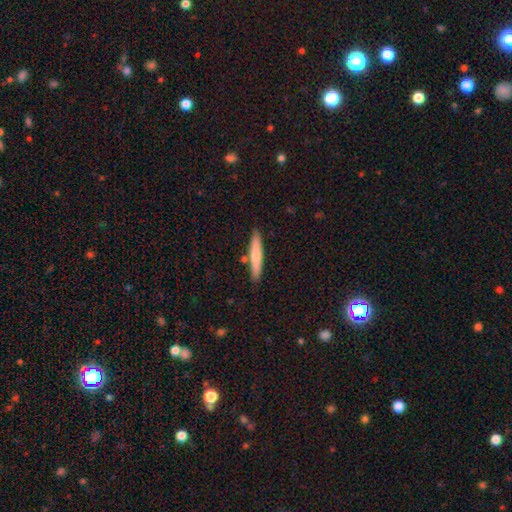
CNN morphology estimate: Q: Smooth or featured?
A: smooth (67%); runner-up: featured or disk (27%)
Q: How rounded?
A: cigar-shaped (93%); runner-up: in between (6%)
Q: Merging?
A: none (84%); runner-up: minor disturbance (9%)